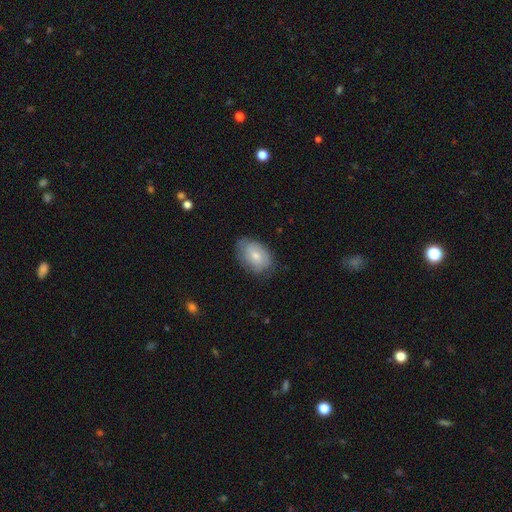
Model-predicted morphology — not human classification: This is likely a smooth galaxy (60%). How rounded: clearly in between (86%). Merging: likely none (67%).